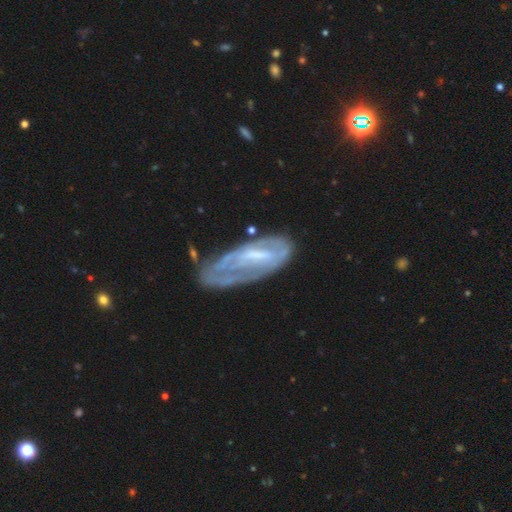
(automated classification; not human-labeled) Smooth or featured?
  - featured or disk: 67% *
  - smooth: 25%
  - star or artifact: 8%
Edge-on disk?
  - no: 86% *
  - yes: 14%
Bar?
  - weak: 39% *
  - no: 33%
  - strong: 28%
Spiral arms?
  - yes: 54% *
  - no: 46%
Bulge size?
  - small: 40% *
  - none: 30%
  - moderate: 26%
  - large: 3%
  - dominant: 1%
Merging?
  - none: 43% *
  - minor disturbance: 28%
  - major disturbance: 24%
  - merger: 5%